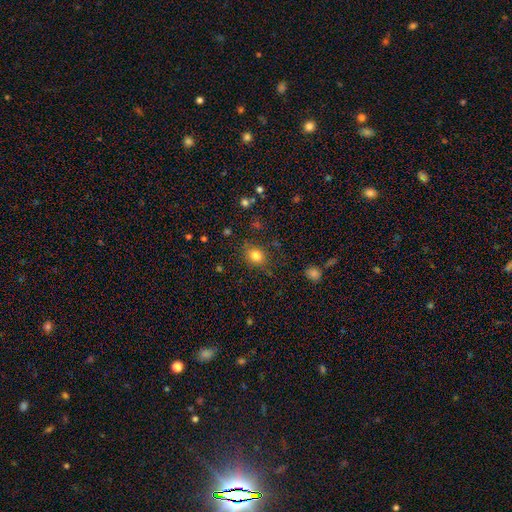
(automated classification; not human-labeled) Smooth or featured: smooth — 81% (star or artifact — 12%)
How rounded: round — 58% (in between — 41%)
Merging: none — 80% (minor disturbance — 14%)